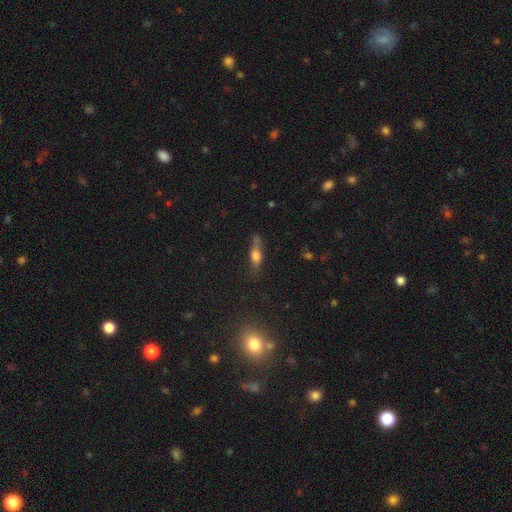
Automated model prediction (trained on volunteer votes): Smooth or featured? Predicted: smooth (p=0.61). How rounded? Predicted: in between (p=0.49). Merging? Predicted: none (p=0.54).